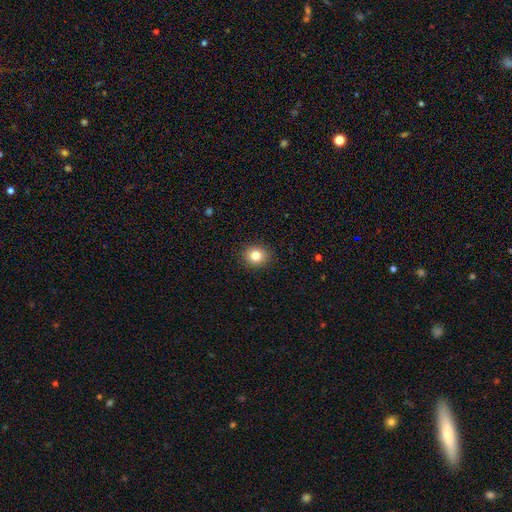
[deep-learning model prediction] smooth-or-featured: smooth: 82% | star or artifact: 11% | featured or disk: 8%
  how-rounded: round: 76% | in between: 23% | cigar-shaped: 1%
  merging: none: 91% | minor disturbance: 6% | major disturbance: 2% | merger: 1%